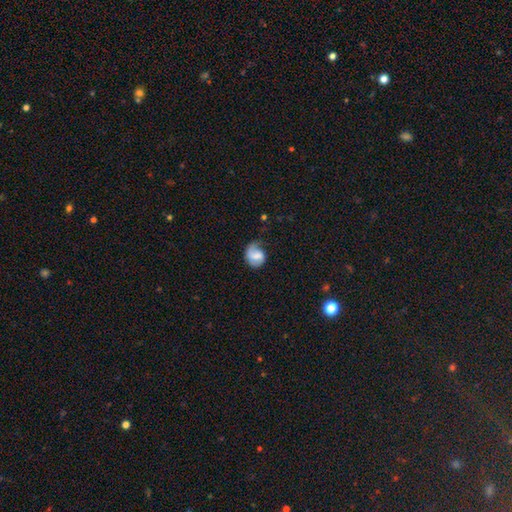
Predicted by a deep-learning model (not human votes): smooth-or-featured: smooth: 48% | featured or disk: 44% | star or artifact: 8%
  merging: none: 43% | minor disturbance: 32% | major disturbance: 23% | merger: 2%